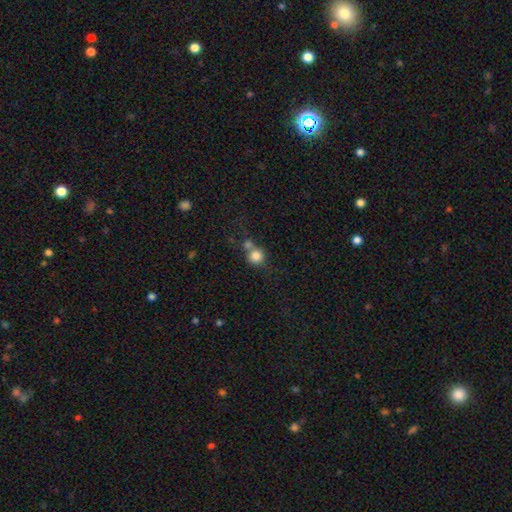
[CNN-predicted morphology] Overall: smooth (81%). How rounded: round (90%). Merging: none (47%; merger 40%).